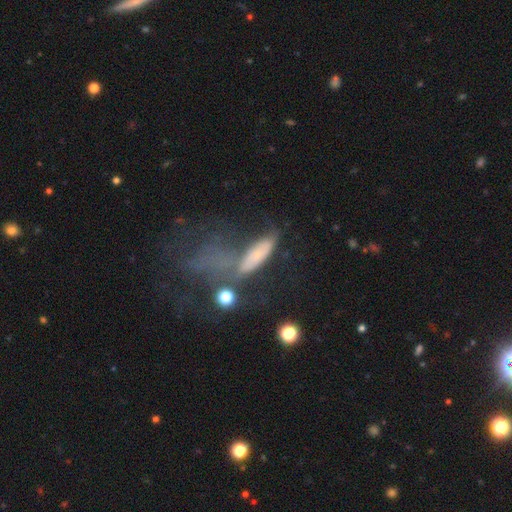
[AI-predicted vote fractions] This appears to be a smooth galaxy with no disk features (57%) that is cigar-shaped (57%). Merging: none (31%).